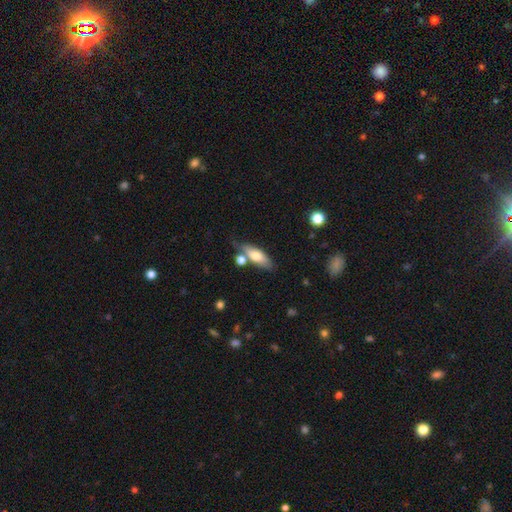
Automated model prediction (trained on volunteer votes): This is likely a smooth galaxy (67%). How rounded: likely in between (66%). Merging: likely none (65%).